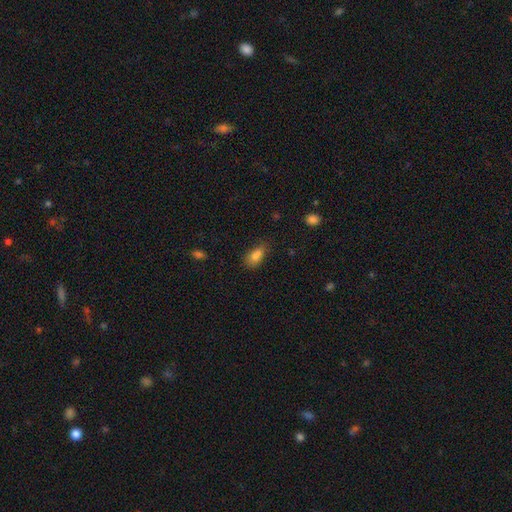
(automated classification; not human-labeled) A smooth galaxy with no disk features (81%) that is in between round and cigar-shaped (85%). Merging: none (53%).